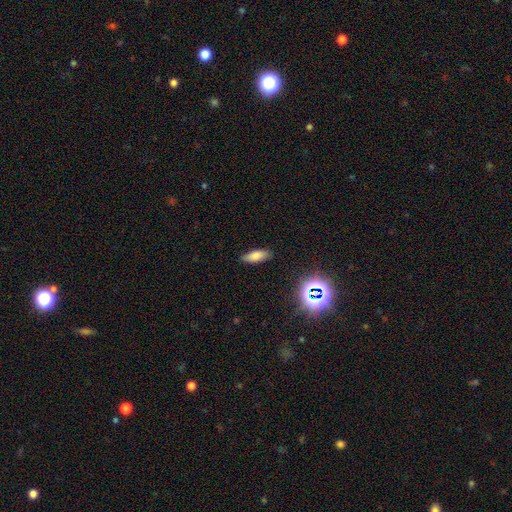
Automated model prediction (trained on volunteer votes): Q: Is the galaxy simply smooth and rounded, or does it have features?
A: smooth — 78%.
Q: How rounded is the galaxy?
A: in between — 72%.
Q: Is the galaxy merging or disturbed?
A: none — 86%.